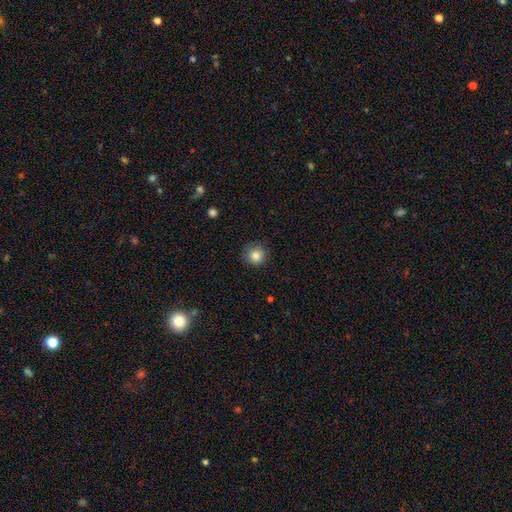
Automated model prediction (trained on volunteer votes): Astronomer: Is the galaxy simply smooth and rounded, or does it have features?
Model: smooth — 84%.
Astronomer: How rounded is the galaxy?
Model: round — 94%.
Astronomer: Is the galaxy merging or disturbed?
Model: none — 85%.